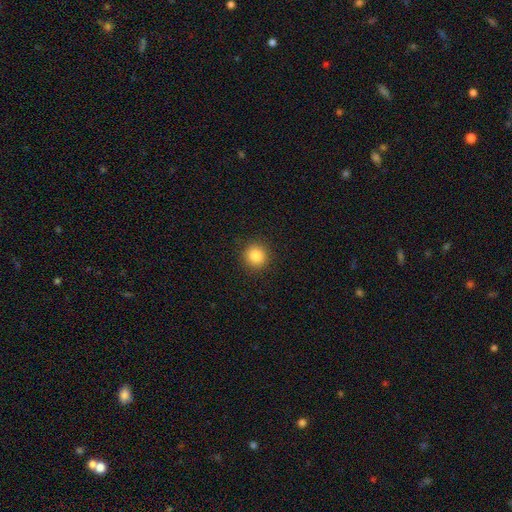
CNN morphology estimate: Smooth or featured: smooth — 84% (star or artifact — 11%)
How rounded: round — 92% (in between — 7%)
Merging: none — 91% (minor disturbance — 6%)